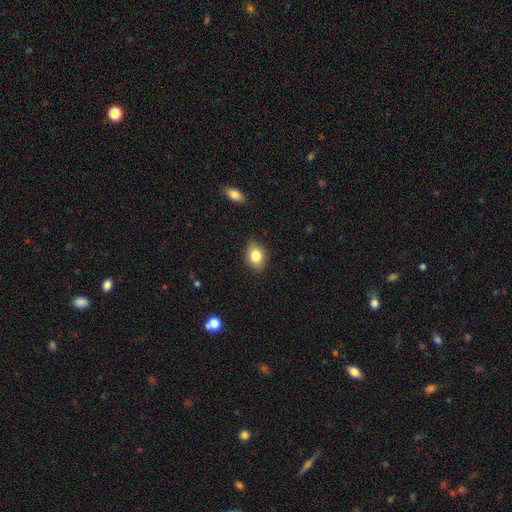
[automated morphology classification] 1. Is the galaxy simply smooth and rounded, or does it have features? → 82% smooth, 10% featured or disk, 8% star or artifact.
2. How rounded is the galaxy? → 74% in between, 25% round, 1% cigar-shaped.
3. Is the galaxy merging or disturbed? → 84% none, 12% minor disturbance, 2% major disturbance, 1% merger.